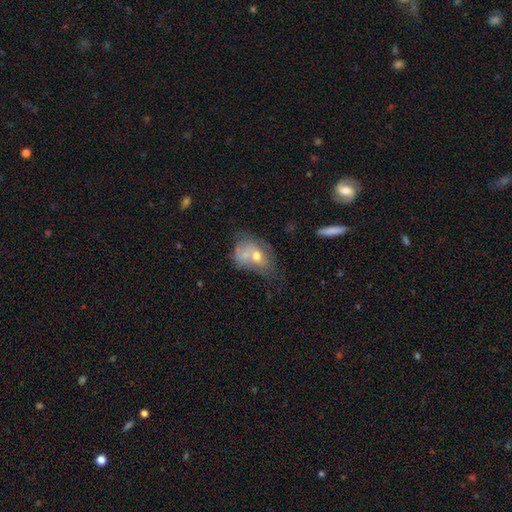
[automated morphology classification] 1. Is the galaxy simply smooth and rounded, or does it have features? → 54% smooth, 36% featured or disk, 10% star or artifact.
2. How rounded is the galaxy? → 71% in between, 27% round, 2% cigar-shaped.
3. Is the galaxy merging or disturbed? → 36% merger, 24% none, 21% minor disturbance, 20% major disturbance.